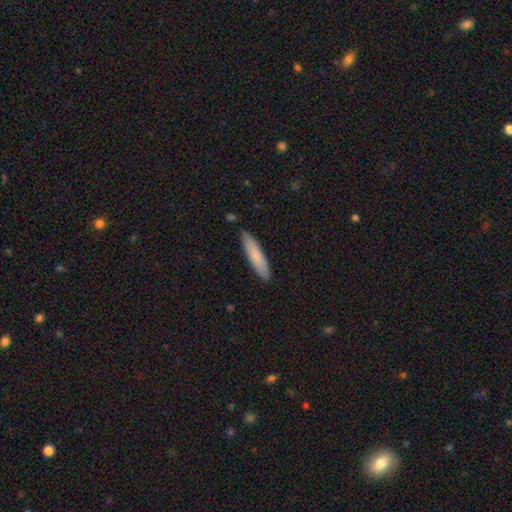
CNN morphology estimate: This is likely a smooth galaxy (79%). How rounded: clearly cigar-shaped (83%). Merging: clearly none (88%).